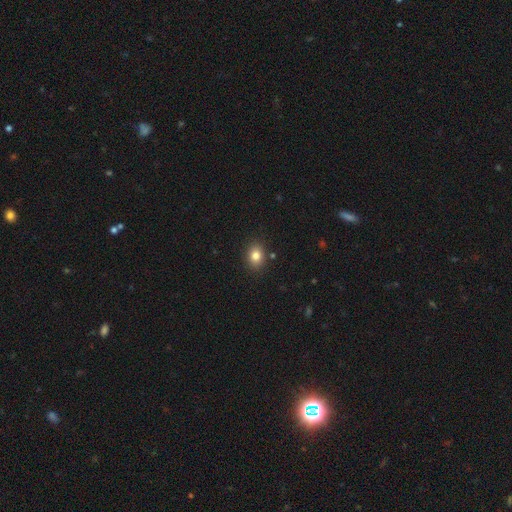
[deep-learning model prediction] Smooth or featured? smooth (82%)
How rounded? in between (56%)
Merging? none (87%)